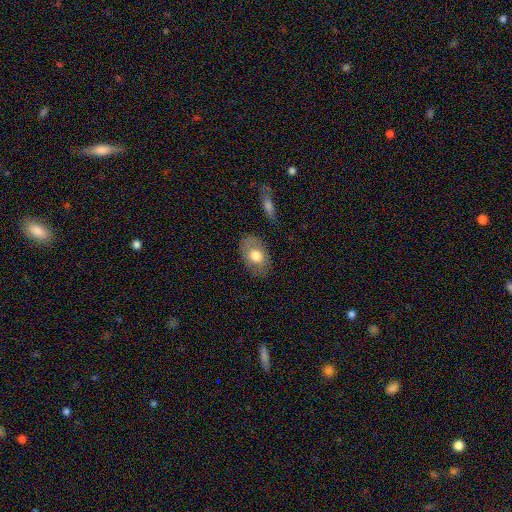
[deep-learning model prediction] Smooth or featured? Predicted: smooth (p=0.68). How rounded? Predicted: in between (p=0.86). Merging? Predicted: none (p=0.78).